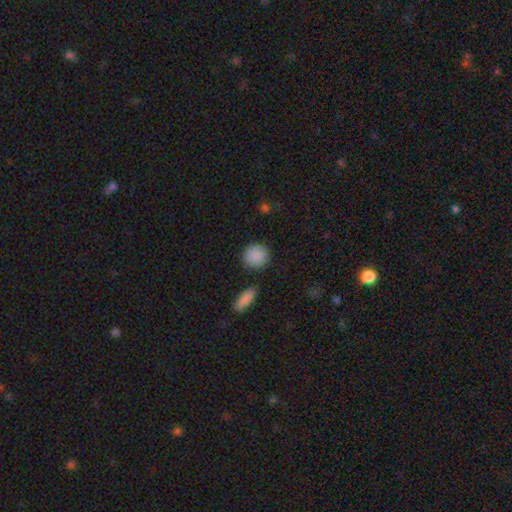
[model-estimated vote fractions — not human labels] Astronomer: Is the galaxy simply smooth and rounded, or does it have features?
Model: smooth — 89%.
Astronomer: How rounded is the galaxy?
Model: round — 88%.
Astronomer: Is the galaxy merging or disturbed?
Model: none — 86%.